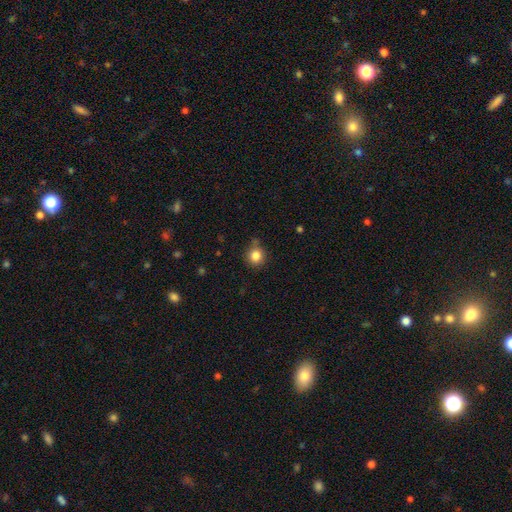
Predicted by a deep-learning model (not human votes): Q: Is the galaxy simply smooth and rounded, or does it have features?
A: smooth — 84%.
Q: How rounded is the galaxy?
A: round — 85%.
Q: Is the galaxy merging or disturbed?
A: none — 70%.